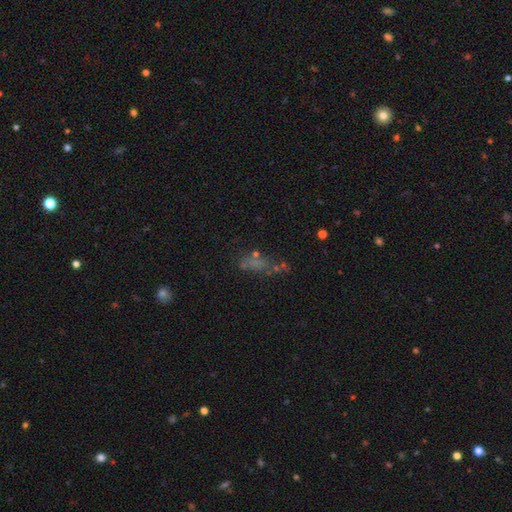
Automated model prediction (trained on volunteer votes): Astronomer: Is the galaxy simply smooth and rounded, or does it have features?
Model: smooth — 42% (runner-up: featured or disk, 29%).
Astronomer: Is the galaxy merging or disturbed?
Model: none — 45% (runner-up: major disturbance, 21%).